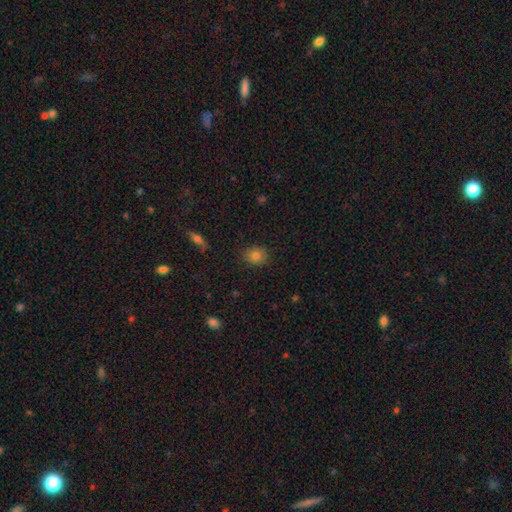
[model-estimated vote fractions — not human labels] Smooth or featured? smooth (81%)
How rounded? round (72%)
Merging? none (87%)